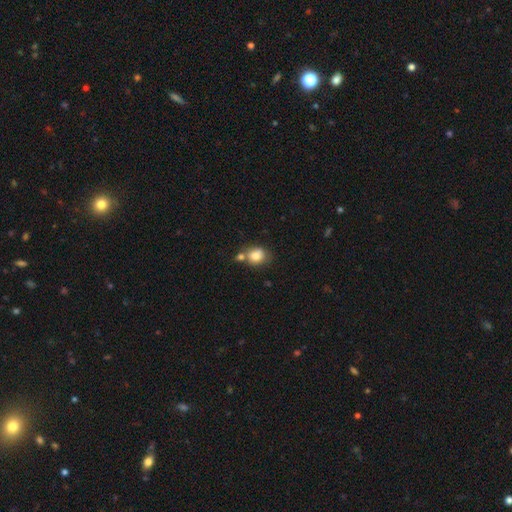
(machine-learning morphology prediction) smooth 79%, featured or disk 11%, star or artifact 10%. Down the decision tree: how rounded — round (61%); merging — none (48%).